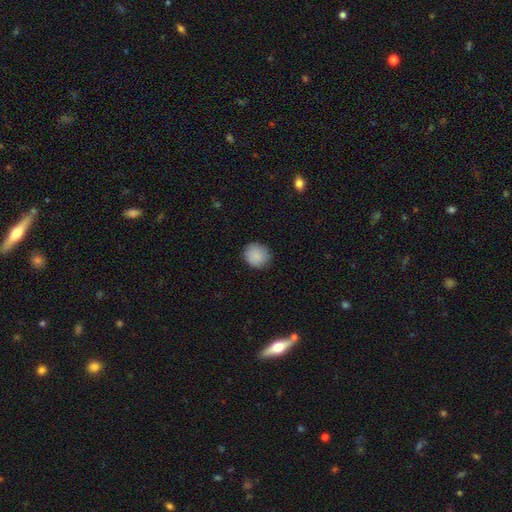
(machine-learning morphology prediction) Smooth or featured: smooth — 88% (star or artifact — 7%)
How rounded: round — 88% (in between — 11%)
Merging: none — 85% (minor disturbance — 11%)